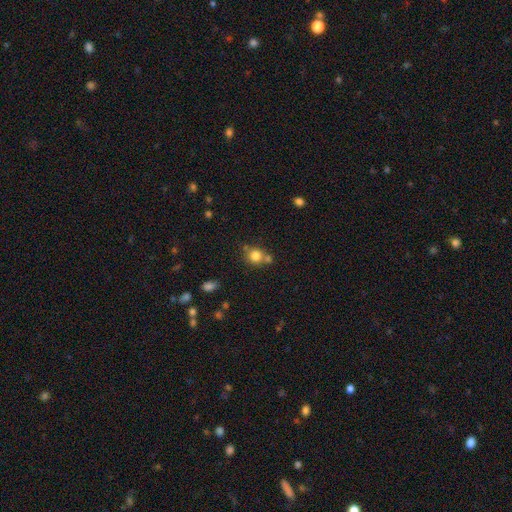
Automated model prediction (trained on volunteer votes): smooth 80%, star or artifact 12%, featured or disk 9%. Down the decision tree: how rounded — round (84%); merging — none (58%).